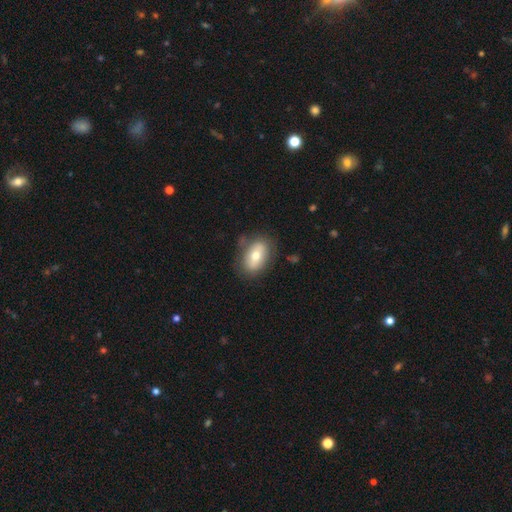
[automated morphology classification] This is likely a smooth galaxy (64%). How rounded: clearly in between (87%). Merging: likely none (76%).